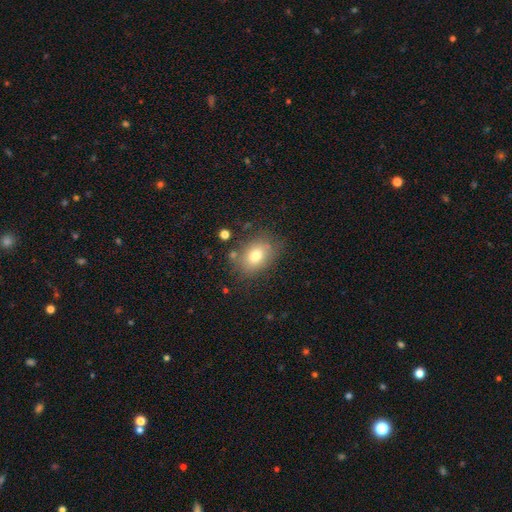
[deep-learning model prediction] This is likely a smooth galaxy (76%). How rounded: likely in between (71%). Merging: likely none (75%).